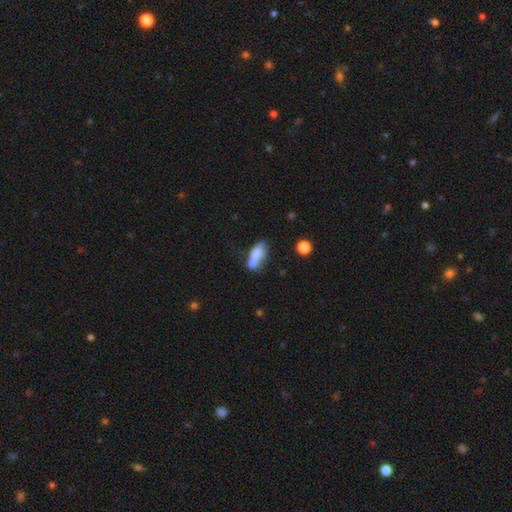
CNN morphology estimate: Smooth or featured?
  - smooth: 67% *
  - featured or disk: 24%
  - star or artifact: 9%
How rounded?
  - in between: 68% *
  - cigar-shaped: 28%
  - round: 4%
Merging?
  - merger: 33% * (tied)
  - none: 33% * (tied)
  - minor disturbance: 21%
  - major disturbance: 13%